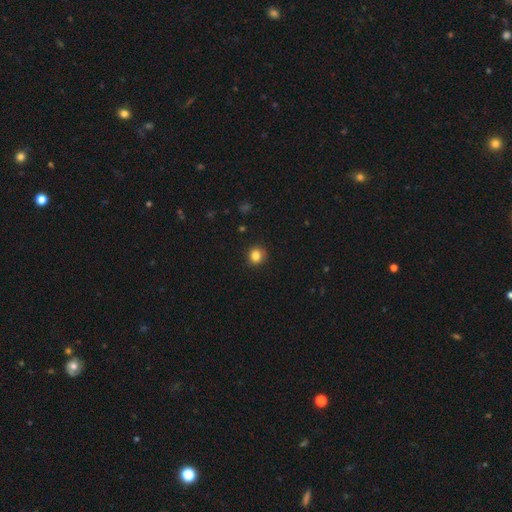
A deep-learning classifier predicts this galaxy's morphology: smooth 84%, star or artifact 11%, featured or disk 5%. Down the decision tree: how rounded — round (87%); merging — none (86%).